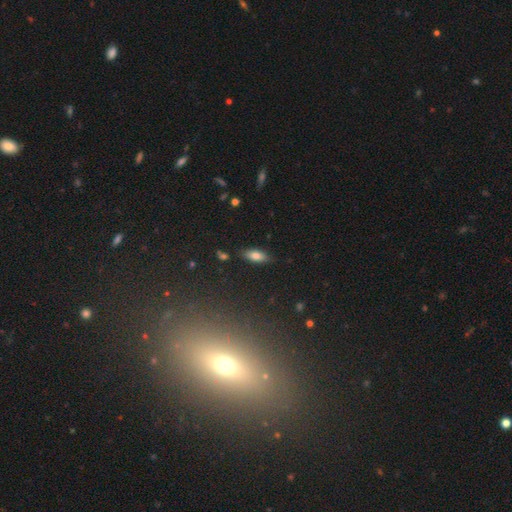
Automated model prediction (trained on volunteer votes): A smooth galaxy with no disk features (77%) that is in between round and cigar-shaped (78%). Merging: none (84%).